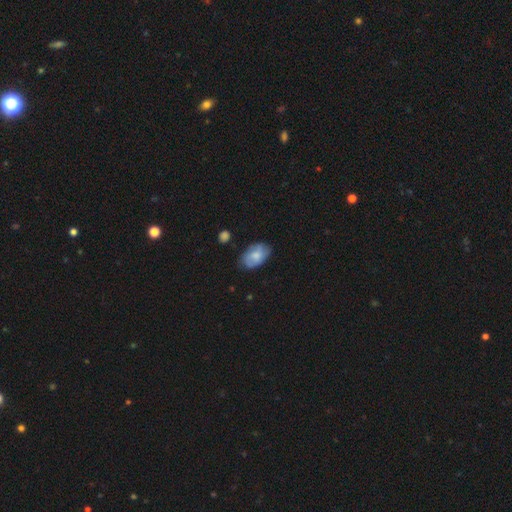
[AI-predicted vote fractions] This is likely a smooth galaxy (66%). How rounded: clearly in between (91%). Merging: likely none (70%).